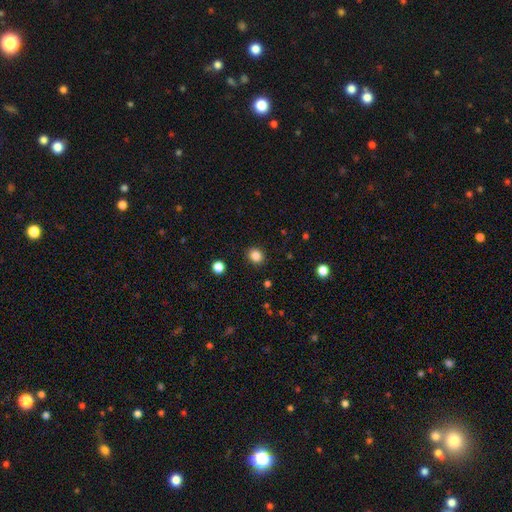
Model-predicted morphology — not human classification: A smooth galaxy with no disk features (85%) that is round (70%). Merging: none (89%).